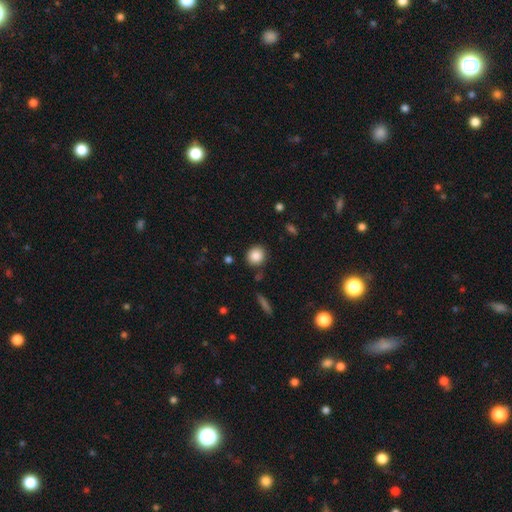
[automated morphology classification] Overall: smooth (86%). How rounded: round (81%). Merging: none (86%).